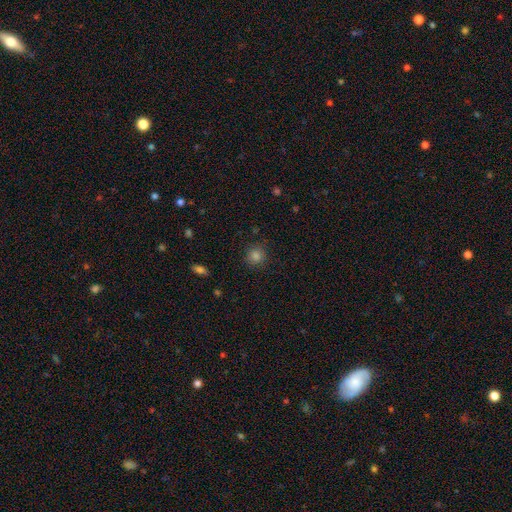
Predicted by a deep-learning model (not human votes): A smooth galaxy with no disk features (82%) that is round (89%).

Vote fractions:
- Smooth or featured? smooth: 82% / star or artifact: 13% / featured or disk: 4%
- How rounded? round: 89% / in between: 10% / cigar-shaped: 1%
- Merging? none: 87% / minor disturbance: 9% / major disturbance: 3% / merger: 1%